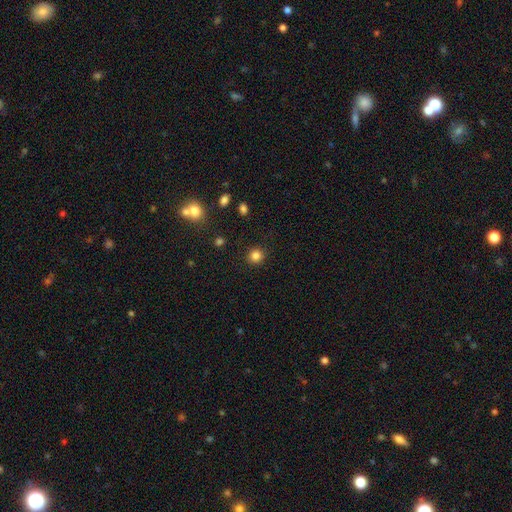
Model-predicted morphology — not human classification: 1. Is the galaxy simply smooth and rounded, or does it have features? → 83% smooth, 12% star or artifact, 4% featured or disk.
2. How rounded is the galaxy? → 91% round, 8% in between, 1% cigar-shaped.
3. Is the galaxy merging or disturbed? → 90% none, 6% minor disturbance, 2% major disturbance, 1% merger.